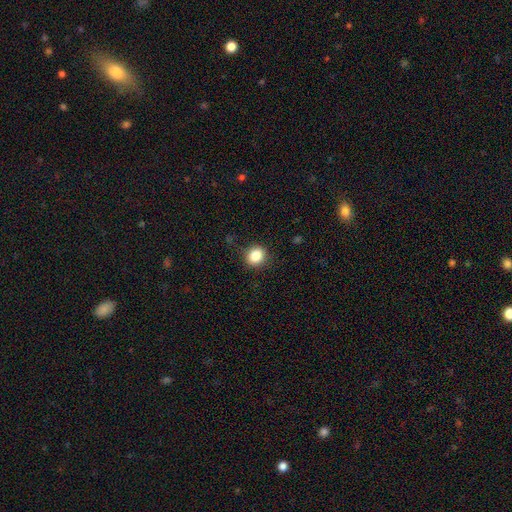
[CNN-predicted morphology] The model was most divided on "how rounded": round: 73%, in between: 26%, cigar-shaped: 1%. More confident: merging — none (86%); smooth or featured — smooth (85%).